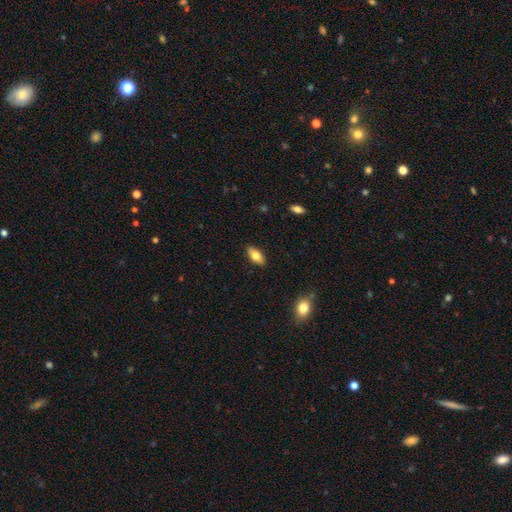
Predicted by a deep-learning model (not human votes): A smooth galaxy with no disk features (76%) that is in between round and cigar-shaped (88%). Merging: none (88%).